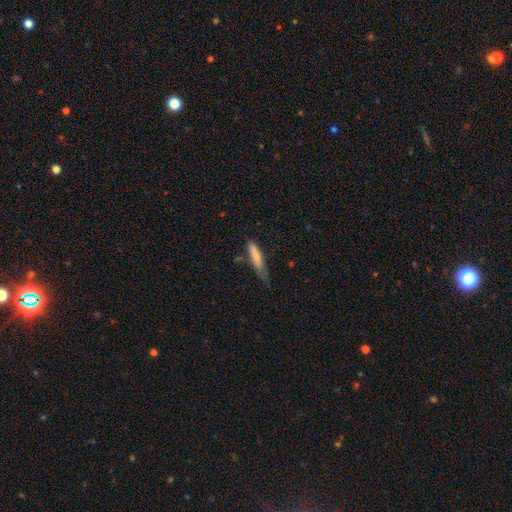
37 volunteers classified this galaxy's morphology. A smooth galaxy with no disk features (76%) that is cigar-shaped (86%). Merging: minor disturbance (54%).